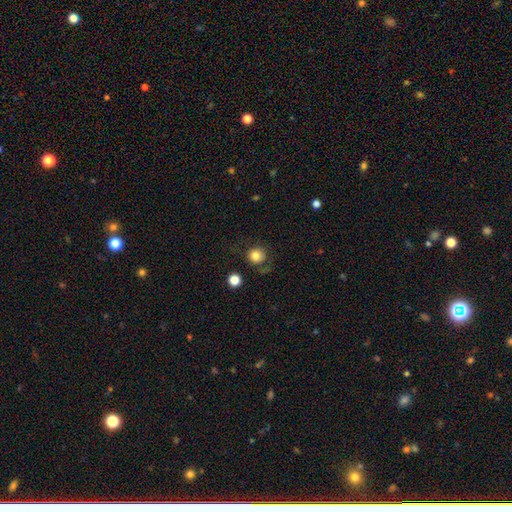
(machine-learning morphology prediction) smooth-or-featured: smooth: 81% | star or artifact: 11% | featured or disk: 8%
  how-rounded: round: 91% | in between: 8% | cigar-shaped: 1%
  merging: none: 75% | minor disturbance: 14% | major disturbance: 8% | merger: 4%